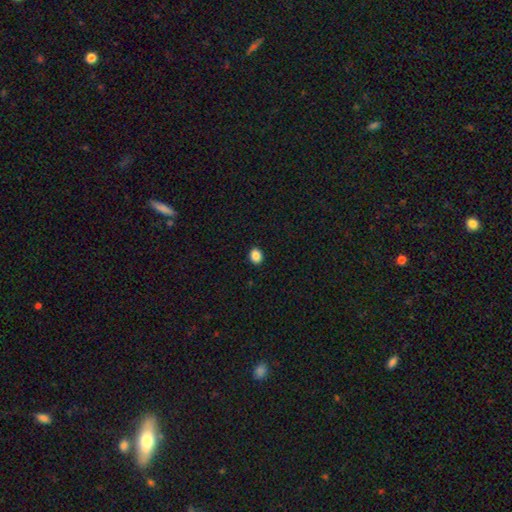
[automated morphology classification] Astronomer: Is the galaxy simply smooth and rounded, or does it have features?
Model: smooth — 87%.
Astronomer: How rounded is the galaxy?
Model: round — 54% (runner-up: in between, 45%).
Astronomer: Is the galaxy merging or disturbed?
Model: none — 92%.